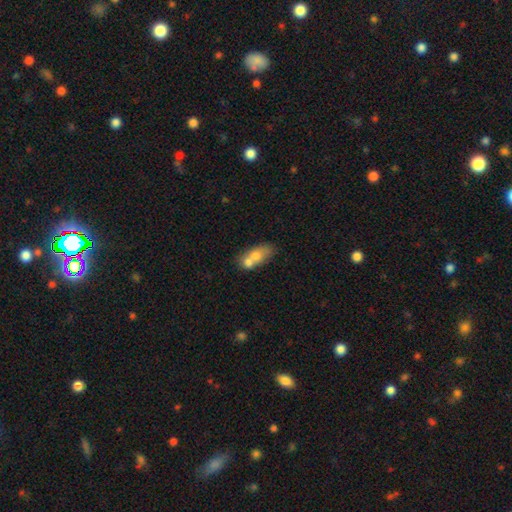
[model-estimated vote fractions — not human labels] Morphology: type=smooth (67%); roundness=in between (77%); merging=merger (56%).